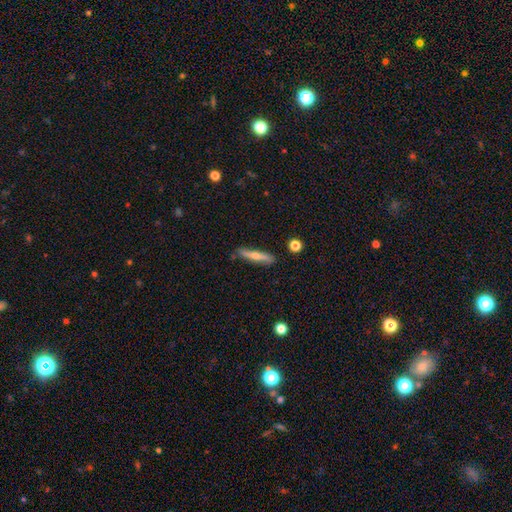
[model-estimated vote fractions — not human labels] smooth-or-featured: smooth: 47% | featured or disk: 46% | star or artifact: 6%
  merging: none: 83% | minor disturbance: 12% | merger: 2% | major disturbance: 2%